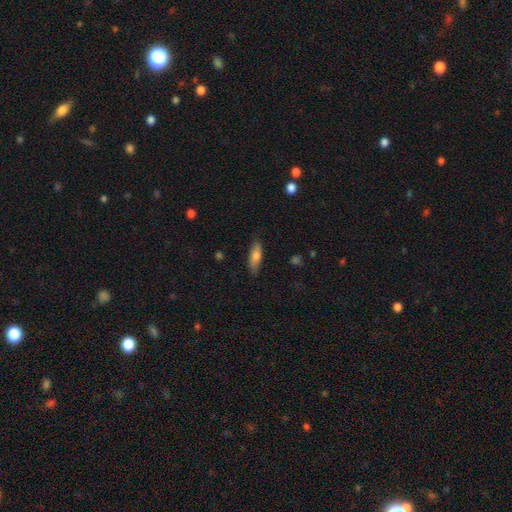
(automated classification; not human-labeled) Q: Smooth or featured?
A: smooth (77%); runner-up: featured or disk (16%)
Q: How rounded?
A: in between (61%); runner-up: cigar-shaped (37%)
Q: Merging?
A: none (84%); runner-up: minor disturbance (12%)